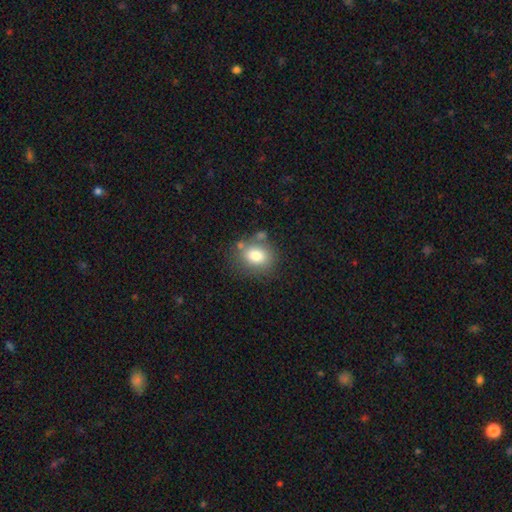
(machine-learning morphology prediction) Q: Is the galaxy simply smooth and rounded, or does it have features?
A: smooth — 79%.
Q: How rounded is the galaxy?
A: round — 56%.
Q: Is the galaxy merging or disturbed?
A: none — 70%.